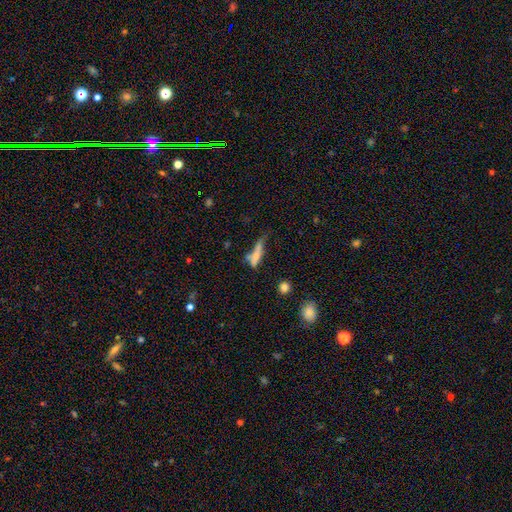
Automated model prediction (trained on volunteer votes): Q: Smooth or featured?
A: smooth (59%); runner-up: featured or disk (30%)
Q: How rounded?
A: cigar-shaped (75%); runner-up: in between (21%)
Q: Merging?
A: none (35%); runner-up: minor disturbance (23%)